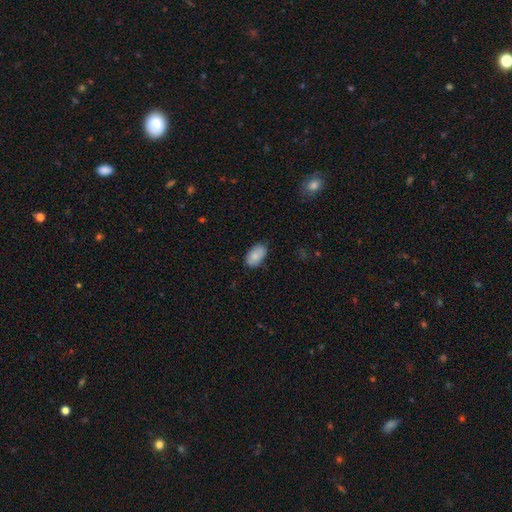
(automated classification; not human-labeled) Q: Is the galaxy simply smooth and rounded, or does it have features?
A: smooth — 84%.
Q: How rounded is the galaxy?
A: in between — 94%.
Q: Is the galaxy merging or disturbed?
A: none — 79%.